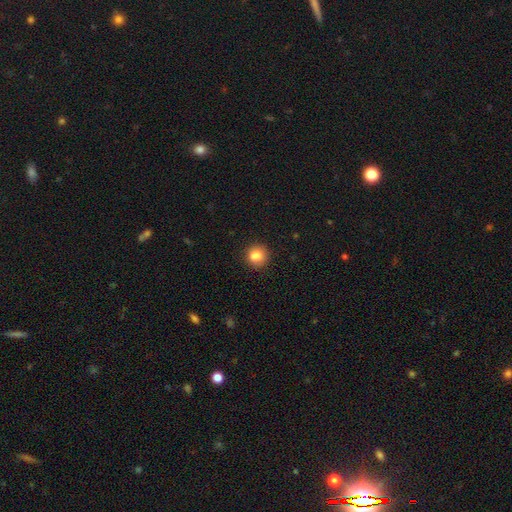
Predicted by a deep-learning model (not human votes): A smooth galaxy with no disk features (84%) that is round (88%).

Vote fractions:
- Smooth or featured? smooth: 84% / star or artifact: 10% / featured or disk: 6%
- How rounded? round: 88% / in between: 11% / cigar-shaped: 1%
- Merging? none: 86% / minor disturbance: 9% / major disturbance: 2% / merger: 2%